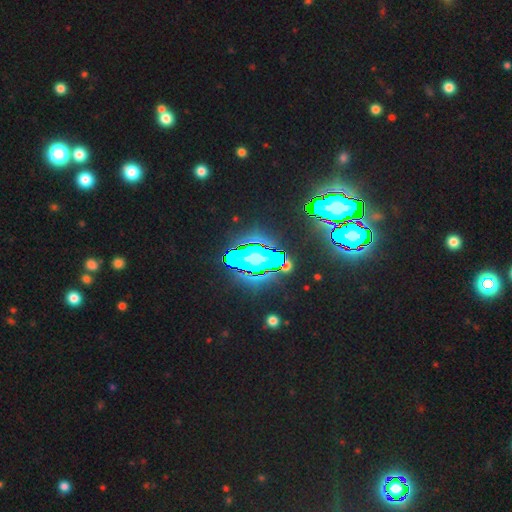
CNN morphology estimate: A star or artifact, not a galaxy (80%).